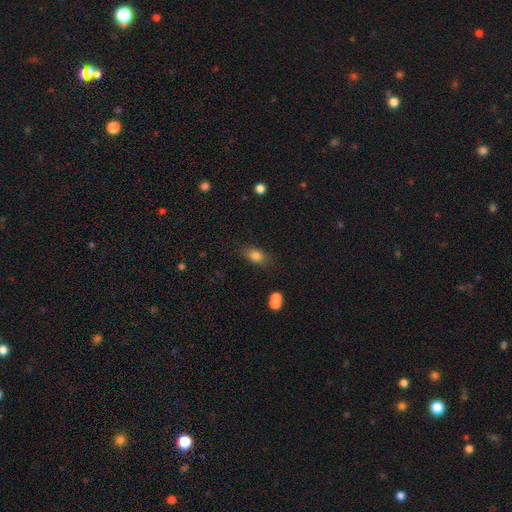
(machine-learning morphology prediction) Smooth or featured? Predicted: smooth (p=0.81). How rounded? Predicted: in between (p=0.82). Merging? Predicted: none (p=0.78).